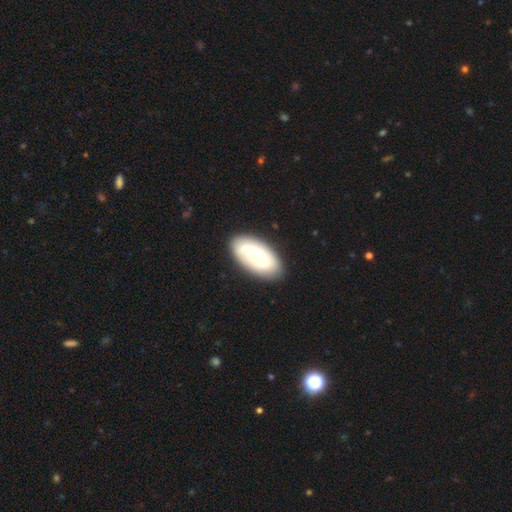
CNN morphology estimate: Smooth or featured: featured or disk — 53% (smooth — 42%)
Edge-on disk: no — 91% (yes — 9%)
Merging: none — 86% (minor disturbance — 10%)